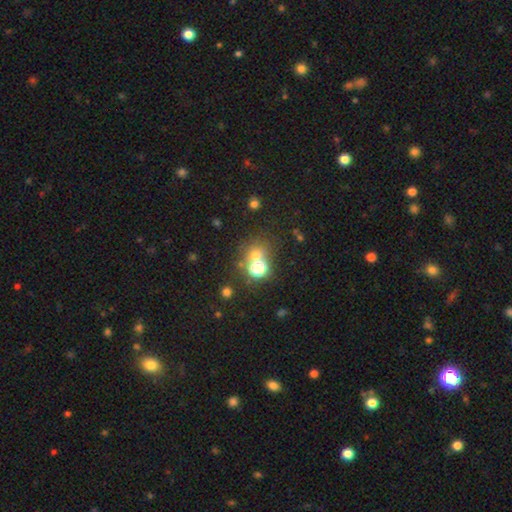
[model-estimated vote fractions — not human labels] Overall: smooth (61%; star or artifact 28%). How rounded: round (81%). Merging: none (57%; merger 30%).